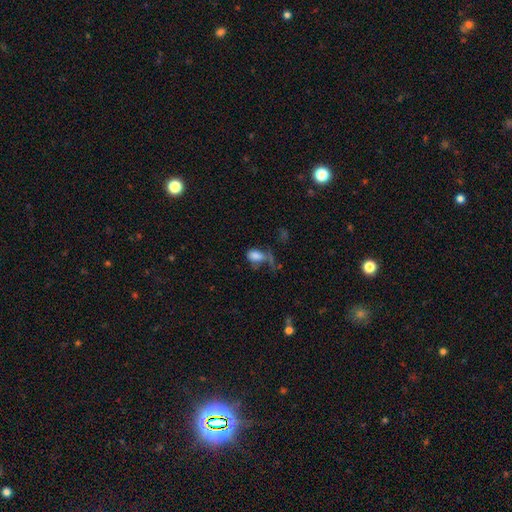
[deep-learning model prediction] Smooth or featured?
  - smooth: 76% *
  - featured or disk: 13%
  - star or artifact: 12%
How rounded?
  - in between: 86% *
  - round: 11%
  - cigar-shaped: 3%
Merging?
  - major disturbance: 40% *
  - none: 28%
  - minor disturbance: 20%
  - merger: 12%